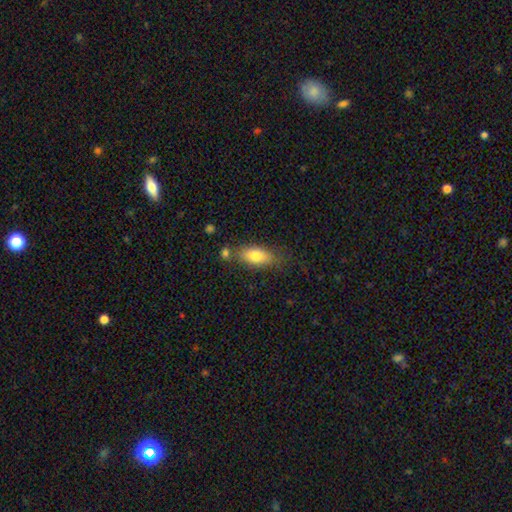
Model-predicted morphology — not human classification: Smooth or featured: smooth — 77% (featured or disk — 16%)
How rounded: in between — 84% (cigar-shaped — 12%)
Merging: none — 70% (minor disturbance — 17%)